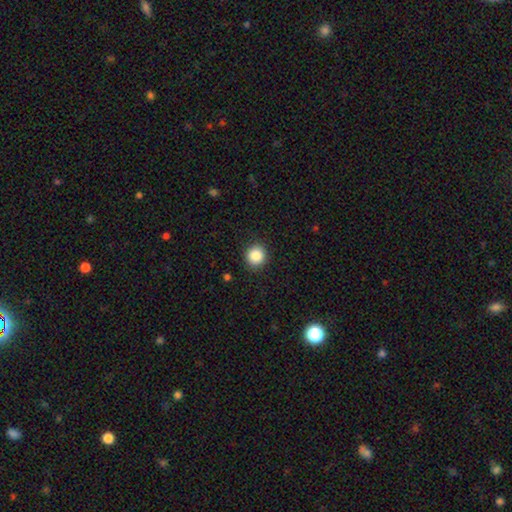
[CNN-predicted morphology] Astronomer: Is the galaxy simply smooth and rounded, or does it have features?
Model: smooth — 86%.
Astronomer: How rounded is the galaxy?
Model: round — 92%.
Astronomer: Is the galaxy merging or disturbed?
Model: none — 91%.